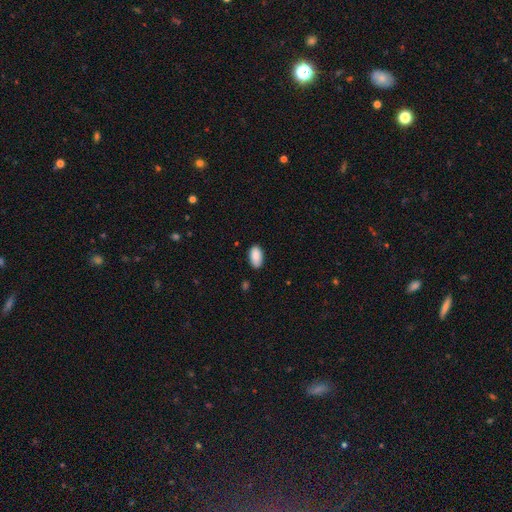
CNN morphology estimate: A smooth galaxy with no disk features (89%) that is in between round and cigar-shaped (94%). Merging: none (82%).